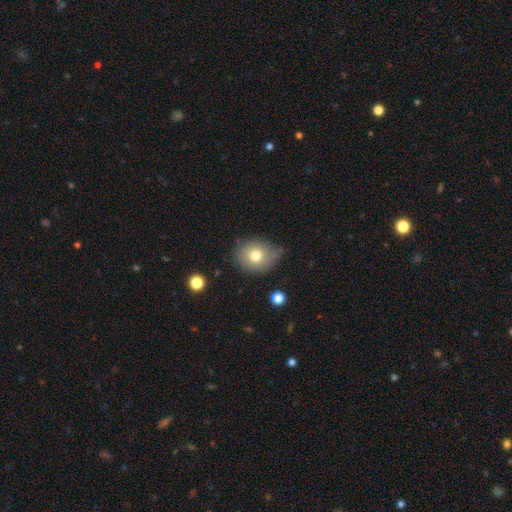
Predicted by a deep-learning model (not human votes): Smooth or featured: smooth — 76% (featured or disk — 14%)
How rounded: round — 66% (in between — 33%)
Merging: none — 64% (minor disturbance — 27%)